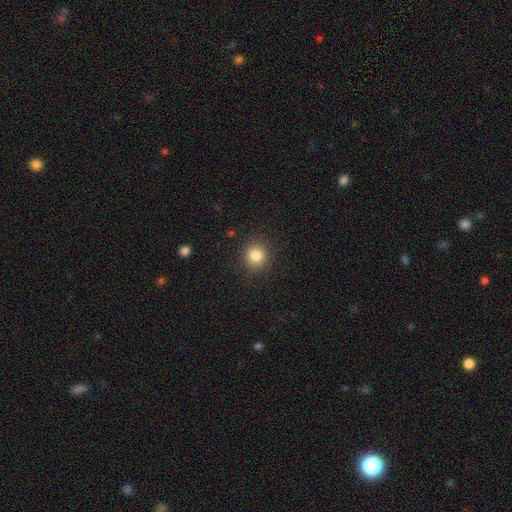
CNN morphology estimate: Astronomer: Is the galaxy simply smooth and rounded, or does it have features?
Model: smooth — 83%.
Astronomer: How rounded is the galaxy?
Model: round — 85%.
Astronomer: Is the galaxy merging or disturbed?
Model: none — 90%.